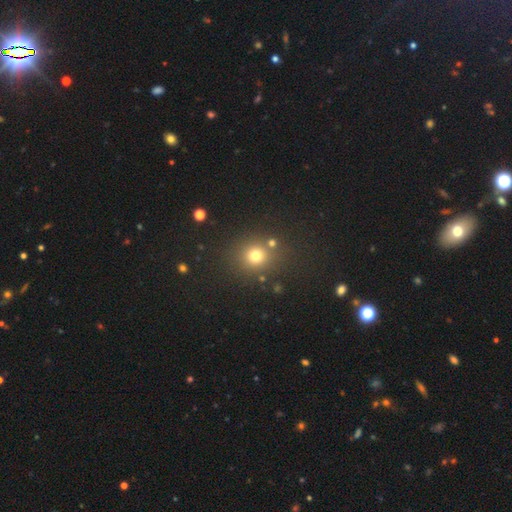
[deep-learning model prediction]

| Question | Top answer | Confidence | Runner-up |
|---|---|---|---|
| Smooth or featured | smooth | 73% | star or artifact (20%) |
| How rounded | round | 86% | in between (13%) |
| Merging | none | 79% | minor disturbance (9%) |